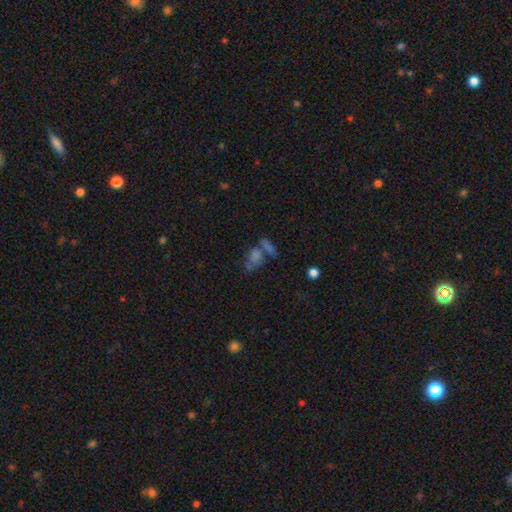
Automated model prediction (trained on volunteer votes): Smooth or featured? smooth (52%)
How rounded? in between (64%)
Merging? none (41%)